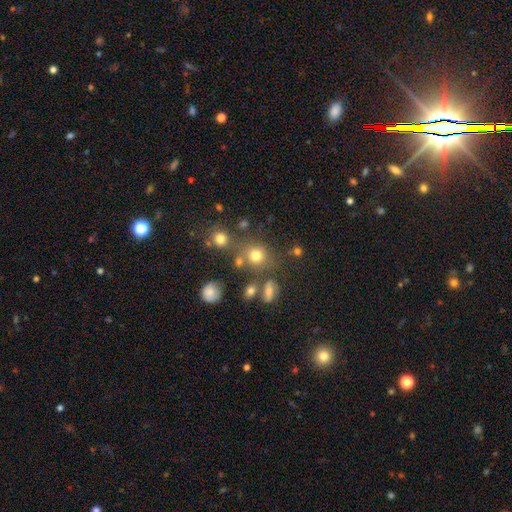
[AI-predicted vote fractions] smooth 74%, star or artifact 17%, featured or disk 9%. Down the decision tree: how rounded — round (80%); merging — none (64%).